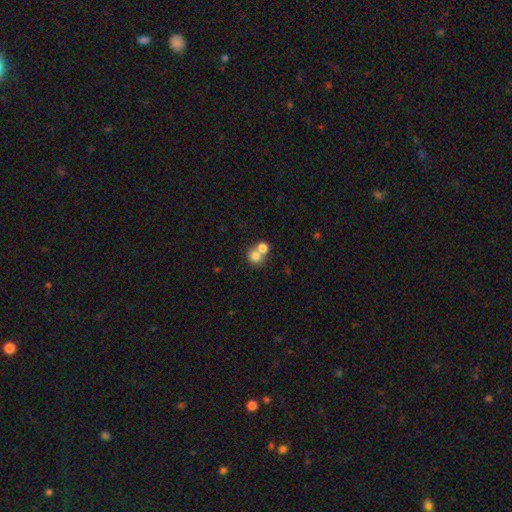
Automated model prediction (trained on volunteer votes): Smooth or featured? smooth (76%)
How rounded? round (83%)
Merging? merger (56%)